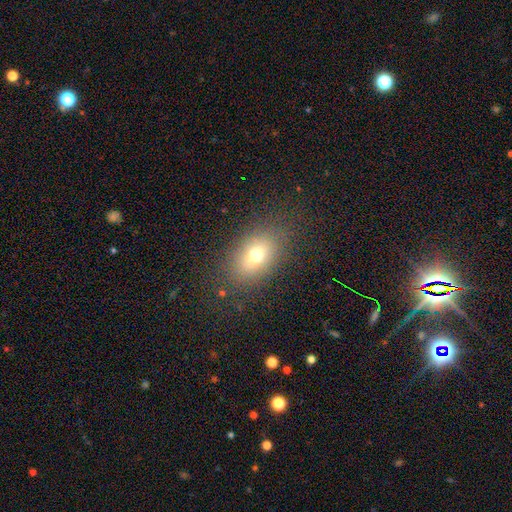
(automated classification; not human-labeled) Morphology: type=smooth (68%); roundness=in between (77%); merging=none (80%).